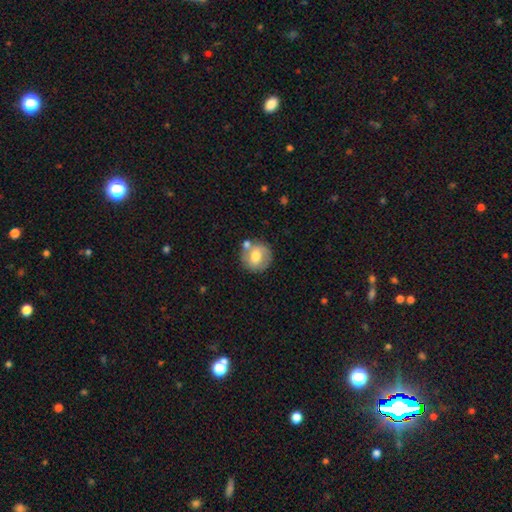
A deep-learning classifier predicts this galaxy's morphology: smooth 61%, featured or disk 32%, star or artifact 8%. Down the decision tree: how rounded — round (86%); merging — none (69%).